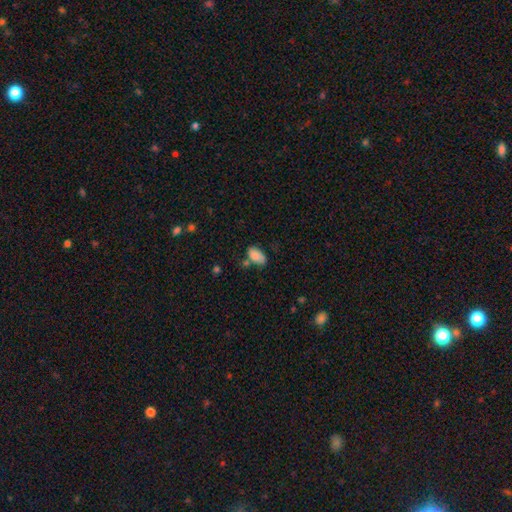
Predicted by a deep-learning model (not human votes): smooth_or_featured: smooth (p=0.82) [alt: featured or disk p=0.11]
how_rounded: in between (p=0.93) [alt: round p=0.05]
merging: none (p=0.55) [alt: minor disturbance p=0.25]